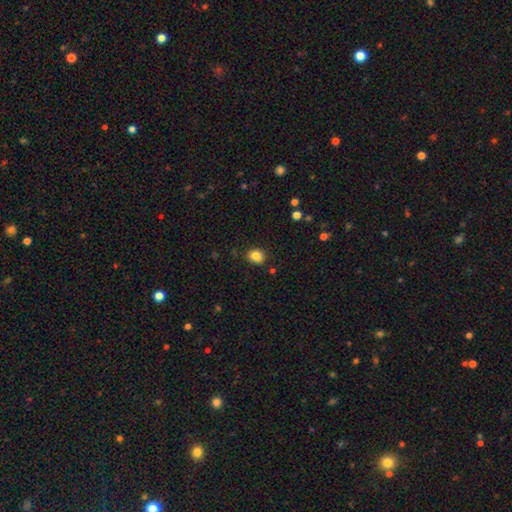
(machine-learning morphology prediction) A smooth galaxy with no disk features (84%) that is round (64%).

Vote fractions:
- Smooth or featured? smooth: 84% / star or artifact: 11% / featured or disk: 5%
- How rounded? round: 64% / in between: 35% / cigar-shaped: 1%
- Merging? none: 82% / minor disturbance: 13% / major disturbance: 3% / merger: 2%